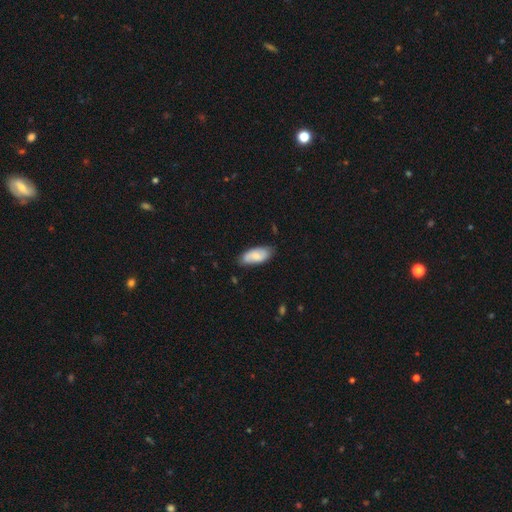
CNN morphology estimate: type=smooth (65%); roundness=in between (88%); merging=none (76%).